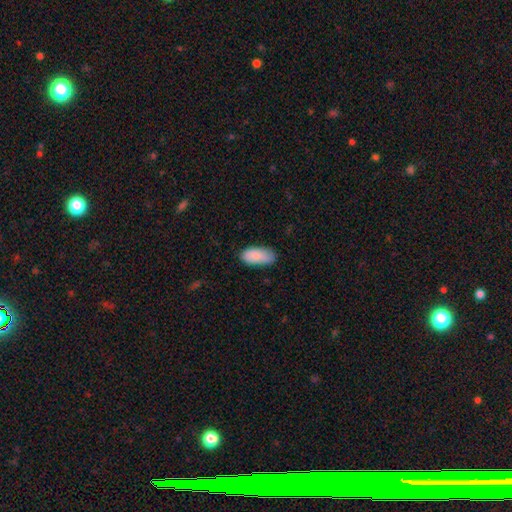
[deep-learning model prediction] Smooth or featured?
  - smooth: 88% *
  - star or artifact: 6%
  - featured or disk: 6%
How rounded?
  - in between: 91% *
  - cigar-shaped: 7%
  - round: 2%
Merging?
  - none: 73% *
  - minor disturbance: 22%
  - major disturbance: 4%
  - merger: 1%